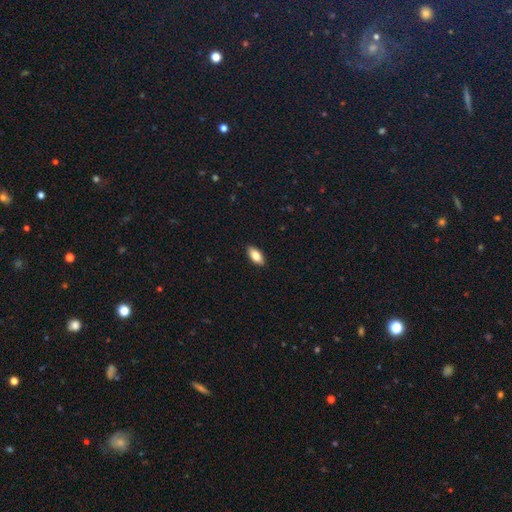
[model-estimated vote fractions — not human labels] This appears to be a smooth galaxy with no disk features (83%) that is in between round and cigar-shaped (88%). Merging: none (89%).